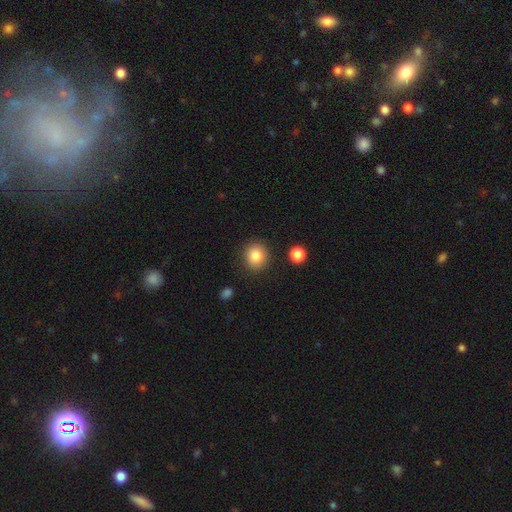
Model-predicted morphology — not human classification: smooth_or_featured: smooth (p=0.84) [alt: star or artifact p=0.09]
how_rounded: round (p=0.82) [alt: in between p=0.17]
merging: none (p=0.88) [alt: minor disturbance p=0.07]